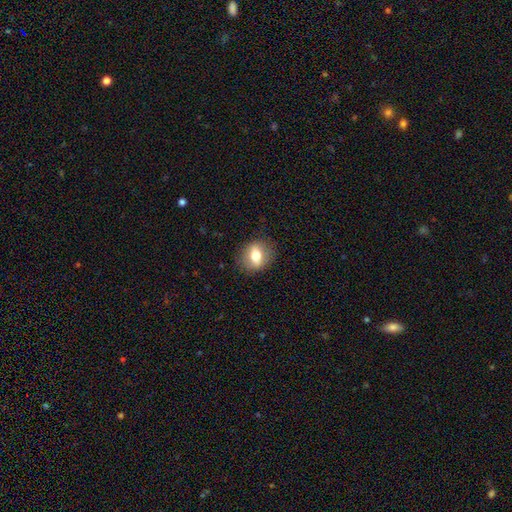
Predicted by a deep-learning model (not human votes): Overall: smooth (60%; featured or disk 32%). How rounded: in between (49%; round 48%). Merging: none (85%).